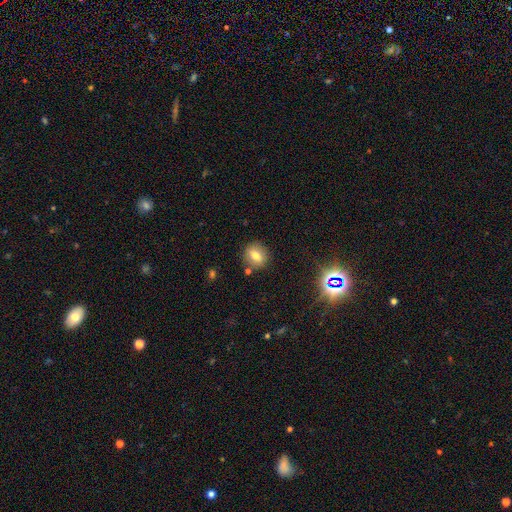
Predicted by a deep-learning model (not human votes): This is likely a smooth galaxy (72%). How rounded: likely round (72%). Merging: clearly none (83%).